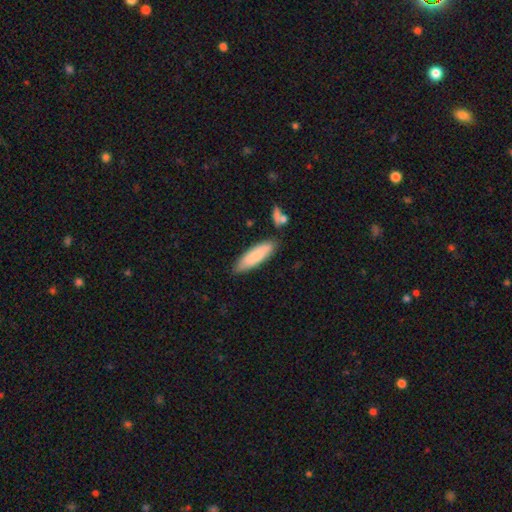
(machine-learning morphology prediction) Smooth or featured? smooth (82%)
How rounded? cigar-shaped (62%)
Merging? none (80%)